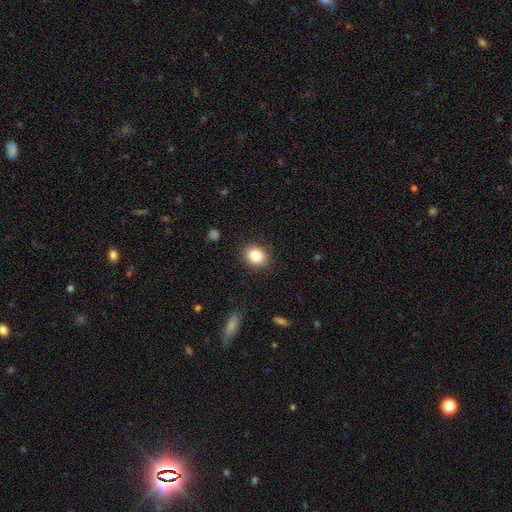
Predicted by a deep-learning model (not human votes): Overall: smooth (83%). How rounded: round (61%; in between 38%). Merging: none (88%).